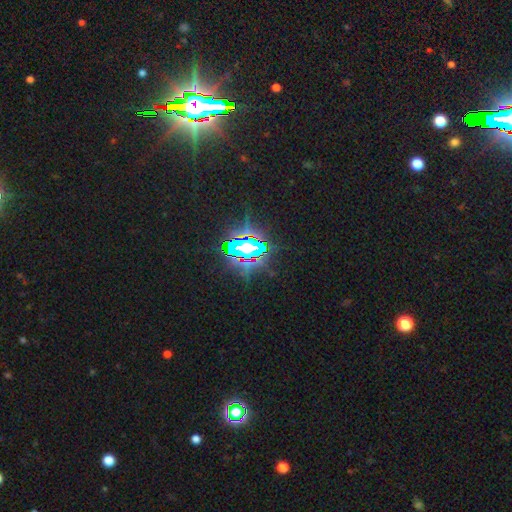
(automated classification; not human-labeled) Morphology: type=star or artifact (73%).